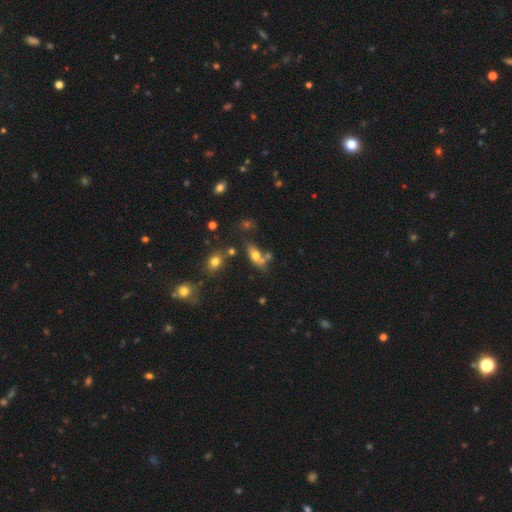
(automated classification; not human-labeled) Overall: smooth (62%; featured or disk 26%). How rounded: in between (73%). Merging: none (48%; merger 29%).